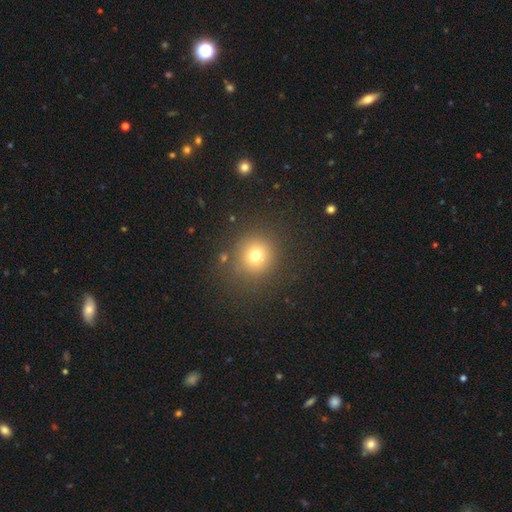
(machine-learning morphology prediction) A smooth galaxy with no disk features (72%) that is round (91%).

Vote fractions:
- Smooth or featured? smooth: 72% / star or artifact: 17% / featured or disk: 10%
- How rounded? round: 91% / in between: 8% / cigar-shaped: 1%
- Merging? none: 83% / minor disturbance: 9% / major disturbance: 5% / merger: 3%